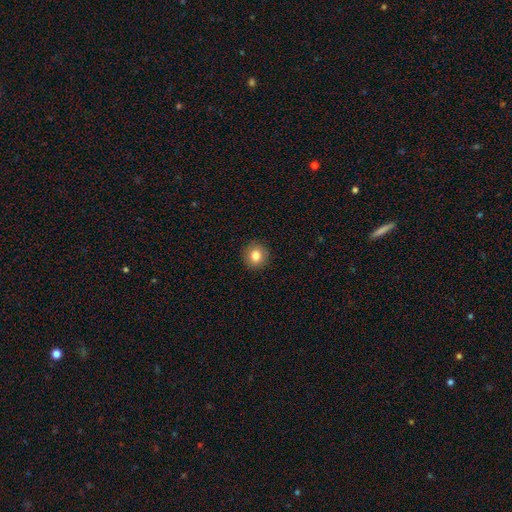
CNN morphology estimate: Smooth or featured: smooth — 82% (star or artifact — 10%)
How rounded: round — 92% (in between — 7%)
Merging: none — 92% (minor disturbance — 6%)